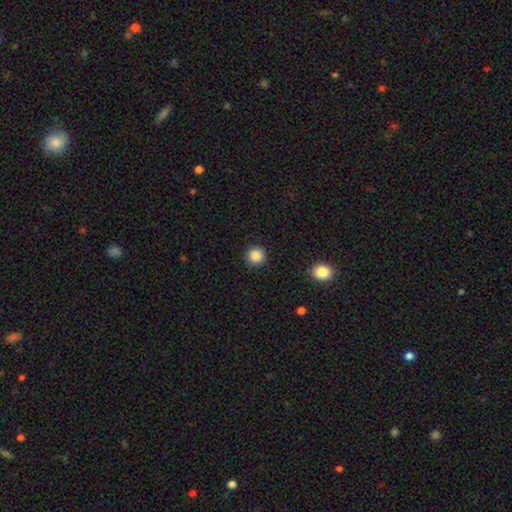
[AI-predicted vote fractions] Smooth or featured? Predicted: smooth (p=0.88). How rounded? Predicted: round (p=0.95). Merging? Predicted: none (p=0.91).